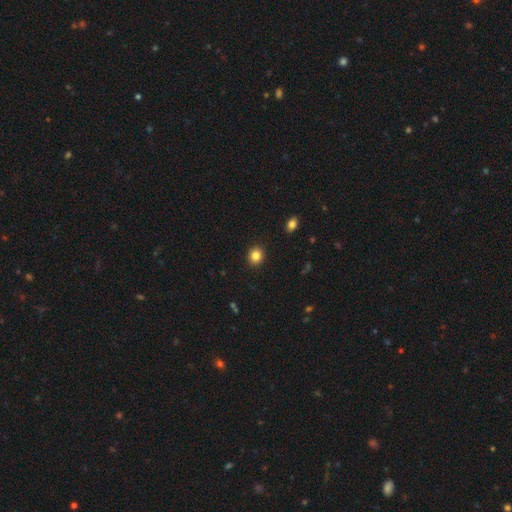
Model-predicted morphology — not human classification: Smooth or featured?
  - smooth: 84% *
  - star or artifact: 11%
  - featured or disk: 5%
How rounded?
  - round: 76% *
  - in between: 24%
  - cigar-shaped: 1%
Merging?
  - none: 91% *
  - minor disturbance: 6%
  - major disturbance: 2%
  - merger: 1%